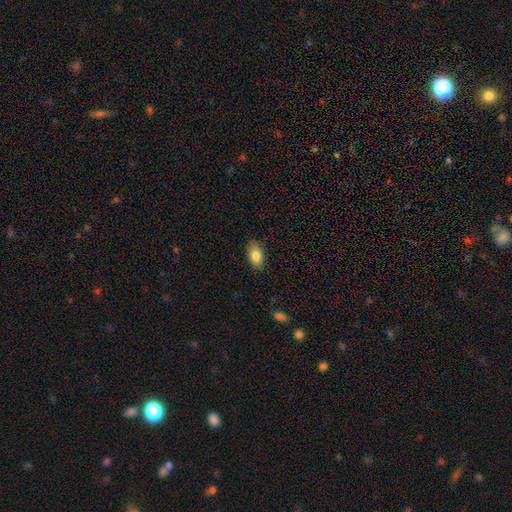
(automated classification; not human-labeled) The model was most divided on "merging": none: 85%, minor disturbance: 12%, major disturbance: 2%, merger: 1%. More confident: how rounded — in between (91%); smooth or featured — smooth (83%).